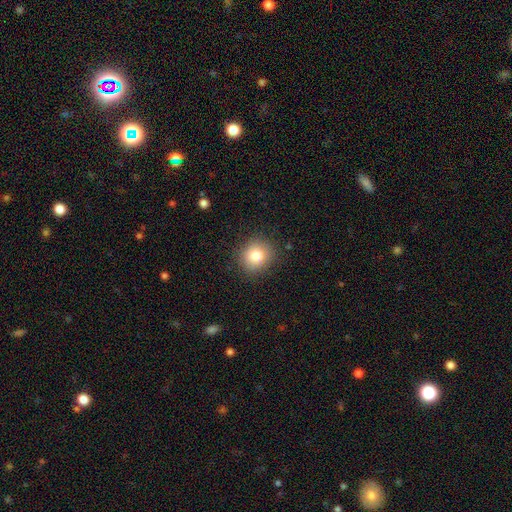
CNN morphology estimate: Smooth or featured? Predicted: smooth (p=0.82). How rounded? Predicted: round (p=0.83). Merging? Predicted: none (p=0.87).